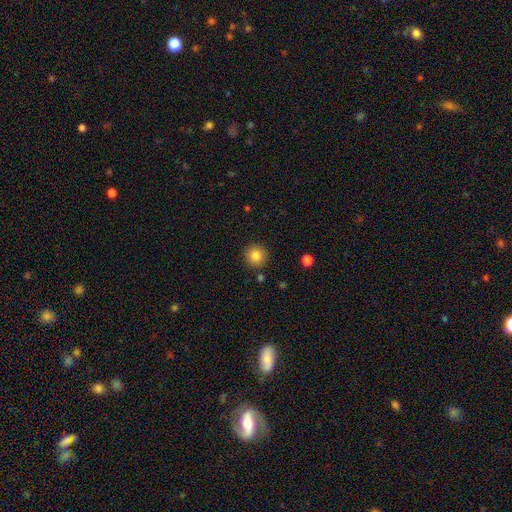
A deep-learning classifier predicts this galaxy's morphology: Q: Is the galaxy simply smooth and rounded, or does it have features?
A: smooth — 83%.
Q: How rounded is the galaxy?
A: round — 95%.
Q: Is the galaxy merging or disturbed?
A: none — 90%.